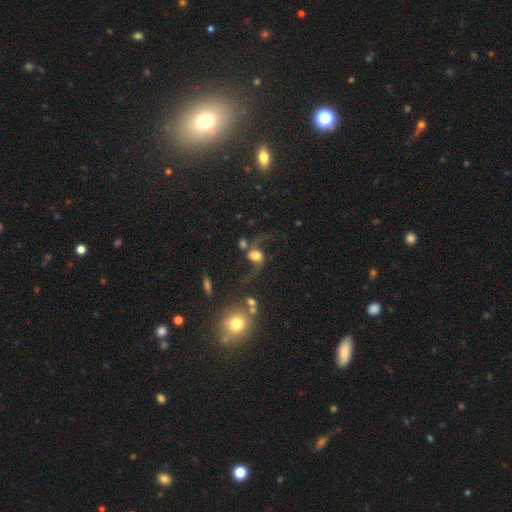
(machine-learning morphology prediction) type=featured or disk (74%); edge-on=no (96%); bar=no (56%); spiral arms=yes (92%); winding=loose (89%); arm count=2 (92%); bulge=large (38%); merging=none (52%).